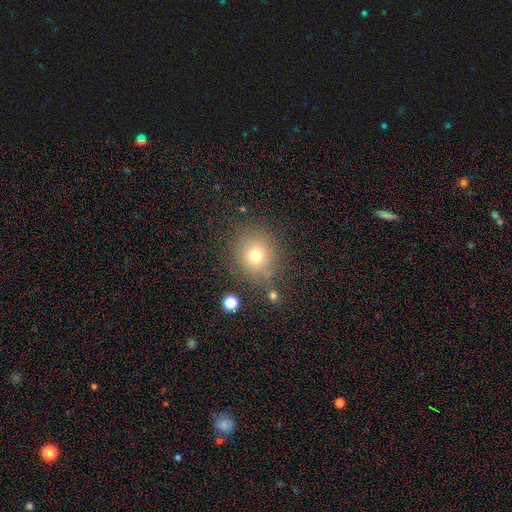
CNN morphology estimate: Q: Smooth or featured?
A: smooth (72%); runner-up: star or artifact (16%)
Q: How rounded?
A: round (77%); runner-up: in between (22%)
Q: Merging?
A: none (78%); runner-up: minor disturbance (12%)